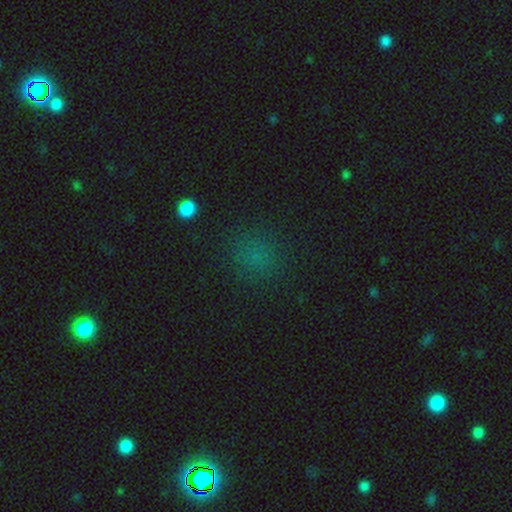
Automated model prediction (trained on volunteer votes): Q: Smooth or featured?
A: smooth (62%); runner-up: star or artifact (31%)
Q: How rounded?
A: round (81%); runner-up: in between (17%)
Q: Merging?
A: none (83%); runner-up: minor disturbance (11%)